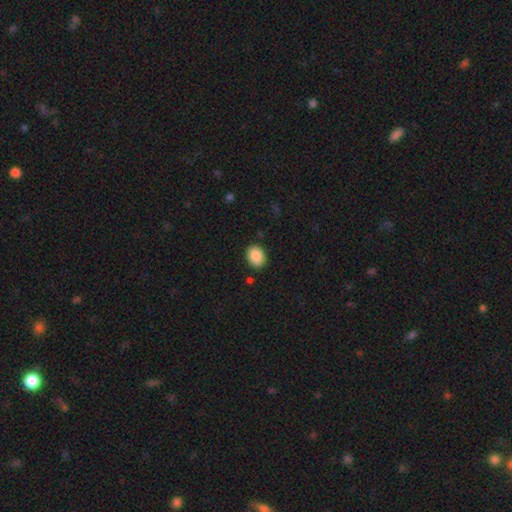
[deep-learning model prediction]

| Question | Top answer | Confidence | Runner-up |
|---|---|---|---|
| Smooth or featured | smooth | 88% | star or artifact (8%) |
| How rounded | in between | 58% | round (41%) |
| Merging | none | 88% | minor disturbance (8%) |